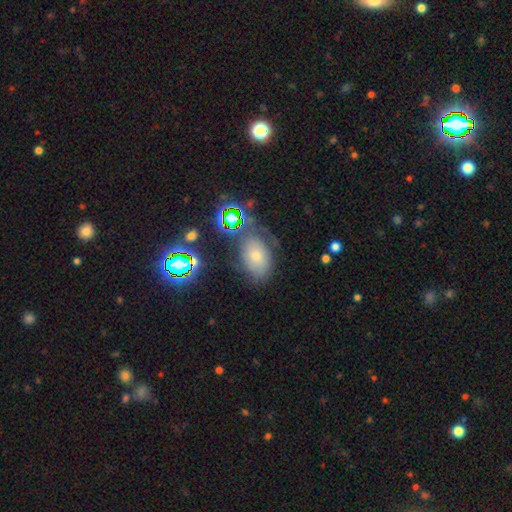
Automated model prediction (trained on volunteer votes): Morphology: type=smooth (43%); merging=none (59%).